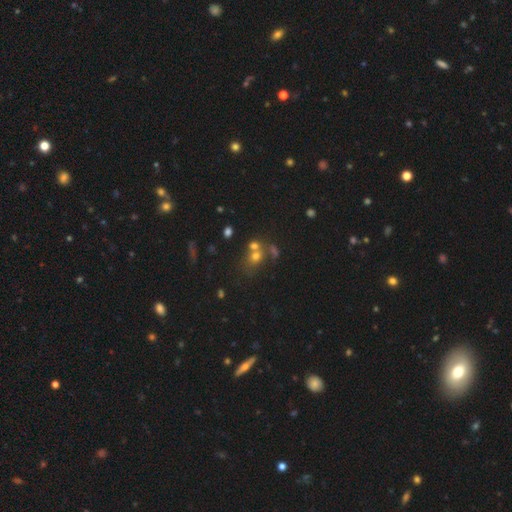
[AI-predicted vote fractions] This appears to be a smooth galaxy with no disk features (56%) that is round (69%). Merging: merger (43%).